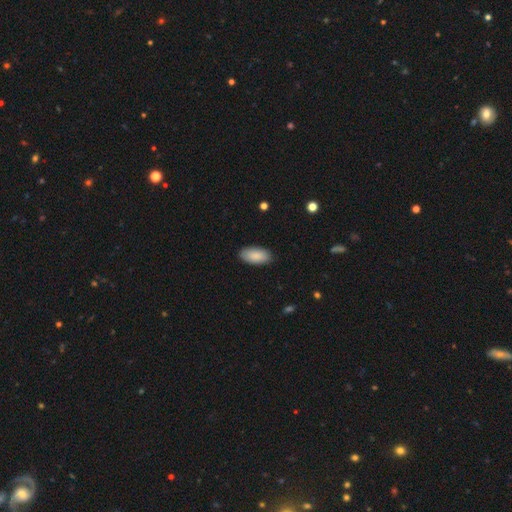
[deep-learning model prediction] smooth_or_featured: smooth (p=0.89) [alt: star or artifact p=0.06]
how_rounded: in between (p=0.93) [alt: cigar-shaped p=0.05]
merging: none (p=0.88) [alt: minor disturbance p=0.09]